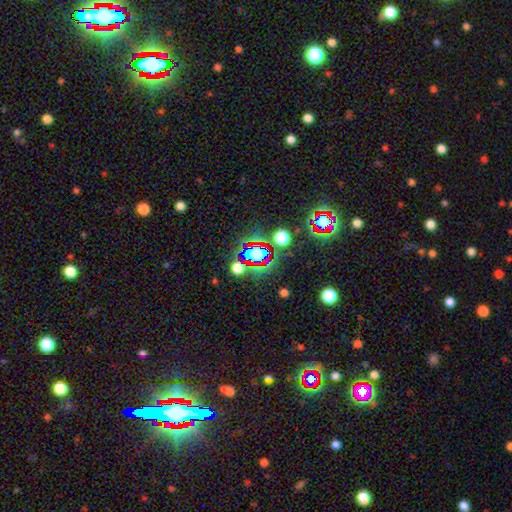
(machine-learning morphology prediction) Smooth or featured: star or artifact — 58% (smooth — 30%)